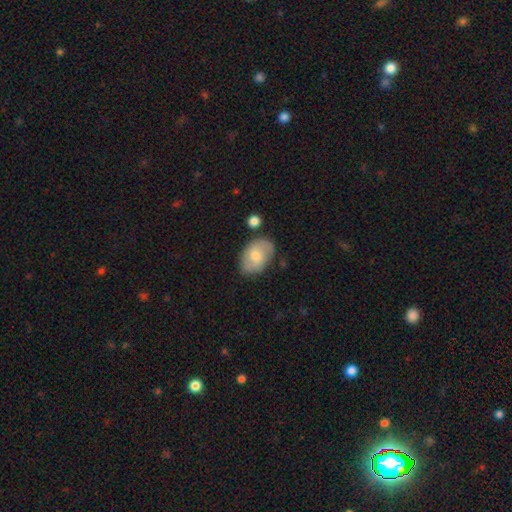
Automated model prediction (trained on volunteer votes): A smooth galaxy with no disk features (58%) that is in between round and cigar-shaped (84%). Merging: none (72%).